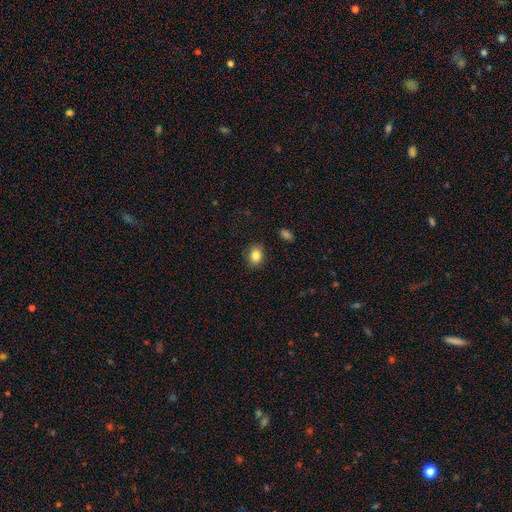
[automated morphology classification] This appears to be a smooth galaxy with no disk features (84%) that is in between round and cigar-shaped (53%). Merging: none (86%).